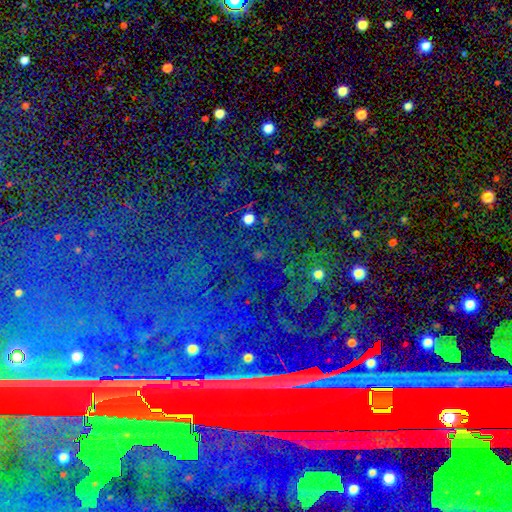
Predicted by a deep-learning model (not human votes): Smooth or featured: star or artifact — 78% (featured or disk — 12%)